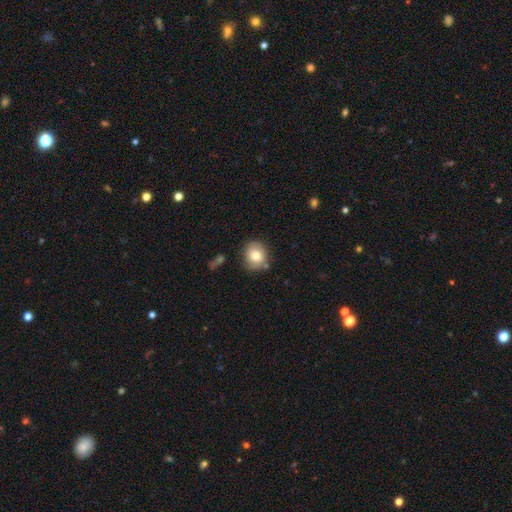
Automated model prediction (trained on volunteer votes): smooth-or-featured: smooth: 79% | featured or disk: 13% | star or artifact: 9%
  how-rounded: round: 81% | in between: 18% | cigar-shaped: 1%
  merging: none: 78% | minor disturbance: 14% | merger: 5% | major disturbance: 3%